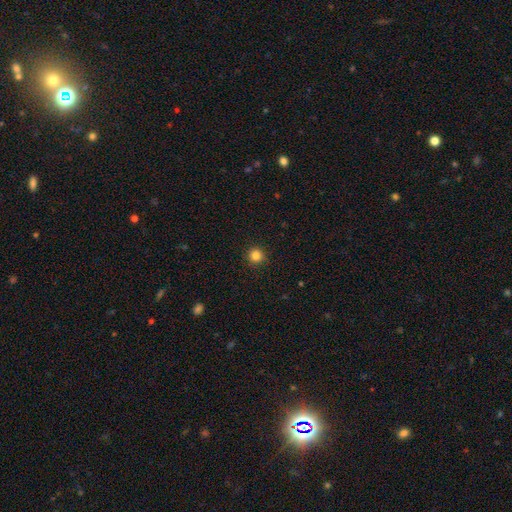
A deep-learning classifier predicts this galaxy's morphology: smooth_or_featured: smooth (p=0.84) [alt: star or artifact p=0.12]
how_rounded: round (p=0.95) [alt: in between p=0.04]
merging: none (p=0.92) [alt: minor disturbance p=0.05]